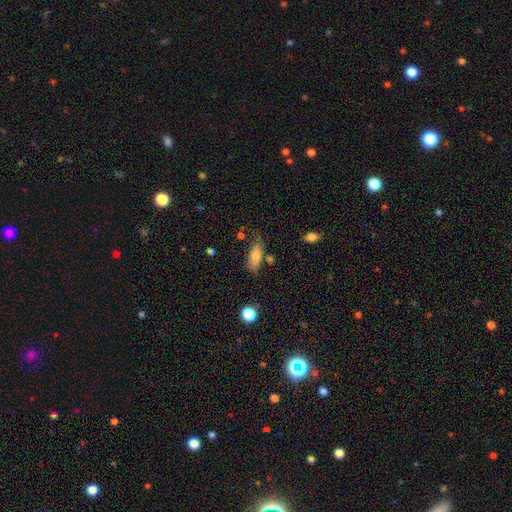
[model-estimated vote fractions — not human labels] Morphology: type=smooth (77%); roundness=in between (75%); merging=none (67%).